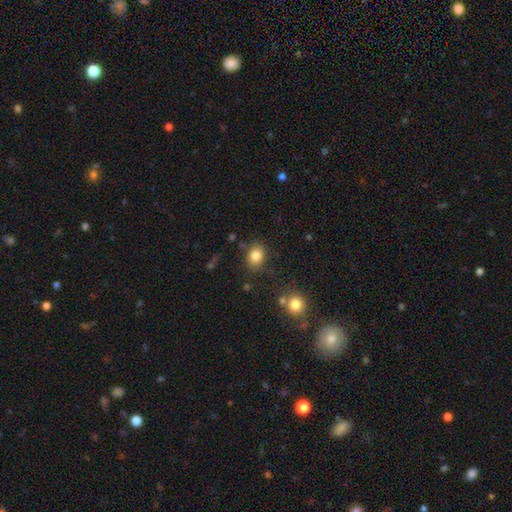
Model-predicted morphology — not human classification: A smooth galaxy with no disk features (84%) that is in between round and cigar-shaped (54%).

Vote fractions:
- Smooth or featured? smooth: 84% / star or artifact: 10% / featured or disk: 6%
- How rounded? in between: 54% / round: 45% / cigar-shaped: 1%
- Merging? none: 79% / minor disturbance: 13% / merger: 4% / major disturbance: 4%